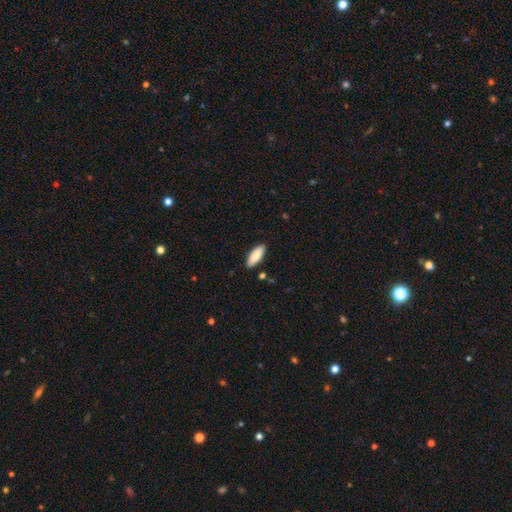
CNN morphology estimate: type=smooth (87%); roundness=in between (69%); merging=none (87%).